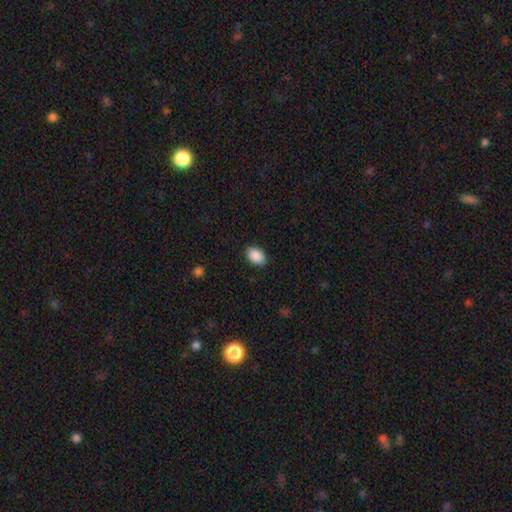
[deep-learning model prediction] This is clearly a smooth galaxy (90%). How rounded: clearly in between (84%). Merging: clearly none (88%).